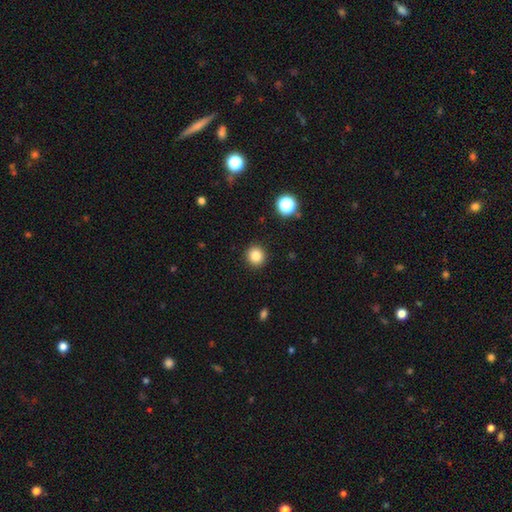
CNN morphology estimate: Smooth or featured?
  - smooth: 84% *
  - star or artifact: 11%
  - featured or disk: 5%
How rounded?
  - round: 92% *
  - in between: 8%
  - cigar-shaped: 1%
Merging?
  - none: 92% *
  - minor disturbance: 5%
  - major disturbance: 2%
  - merger: 1%